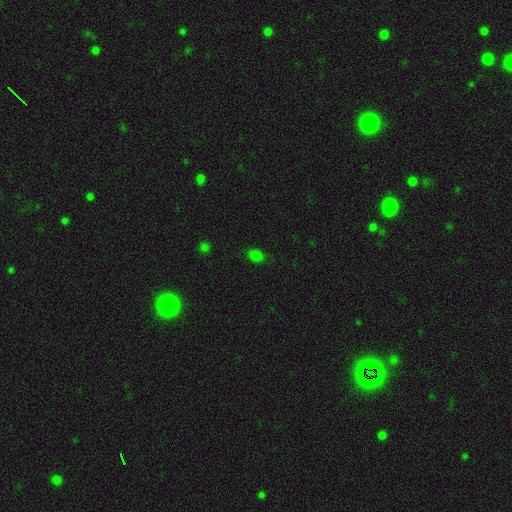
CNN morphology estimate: A smooth galaxy with no disk features (76%) that is in between round and cigar-shaped (65%).

Vote fractions:
- Smooth or featured? smooth: 76% / star or artifact: 20% / featured or disk: 4%
- How rounded? in between: 65% / round: 34% / cigar-shaped: 2%
- Merging? none: 84% / minor disturbance: 12% / major disturbance: 3% / merger: 1%